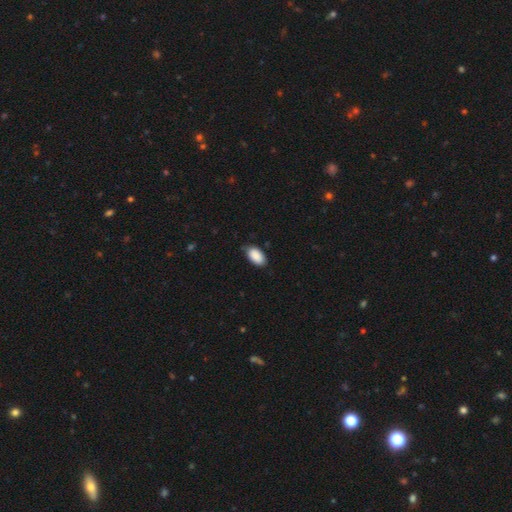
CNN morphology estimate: This appears to be a smooth galaxy with no disk features (89%) that is in between round and cigar-shaped (94%). Merging: none (75%).